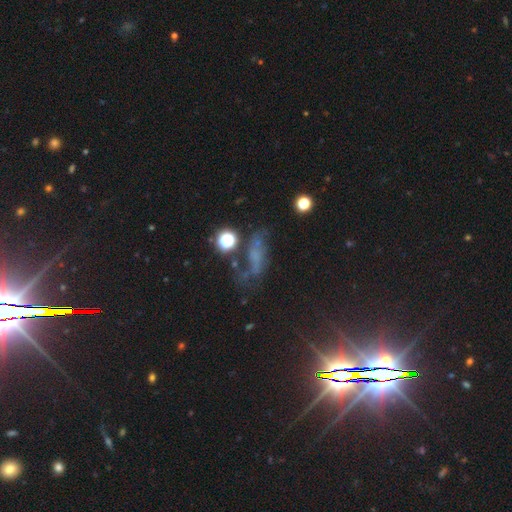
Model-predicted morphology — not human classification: smooth_or_featured: star or artifact (p=0.35) [alt: featured or disk p=0.34]